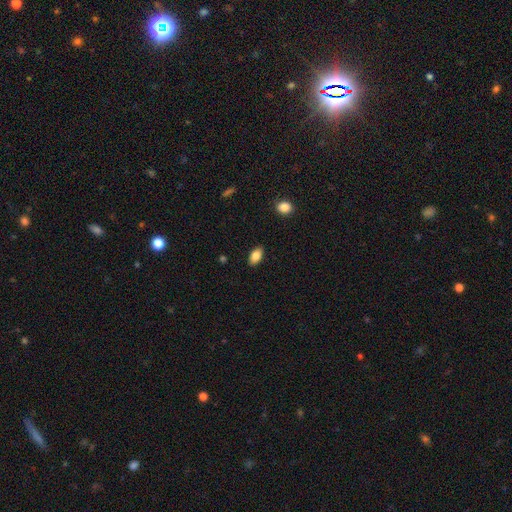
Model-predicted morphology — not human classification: The model was most divided on "smooth or featured": smooth: 83%, featured or disk: 9%, star or artifact: 8%. More confident: how rounded — in between (91%); merging — none (88%).